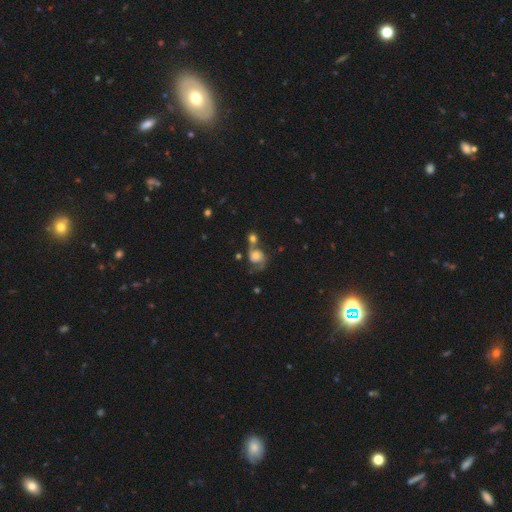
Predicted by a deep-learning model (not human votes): Smooth or featured: featured or disk — 64% (smooth — 25%)
Edge-on disk: no — 97% (yes — 3%)
Bar: no — 74% (weak — 22%)
Spiral arms: yes — 88% (no — 12%)
Spiral winding: medium — 46% (loose — 30%)
Spiral arm count: 2 — 76% (1 — 13%)
Bulge size: moderate — 52% (small — 30%)
Merging: merger — 36% (none — 35%)